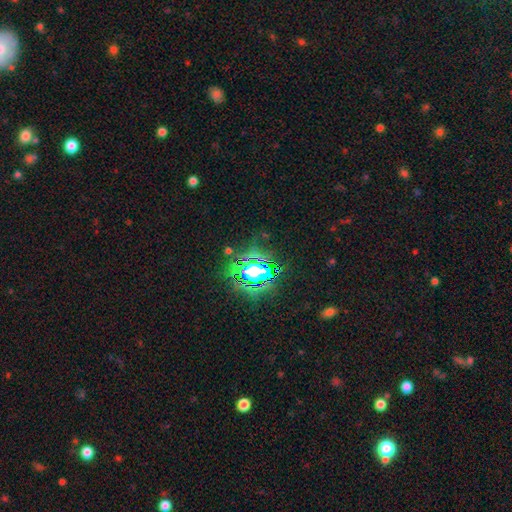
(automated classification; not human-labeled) Smooth or featured? Predicted: star or artifact (p=0.80).